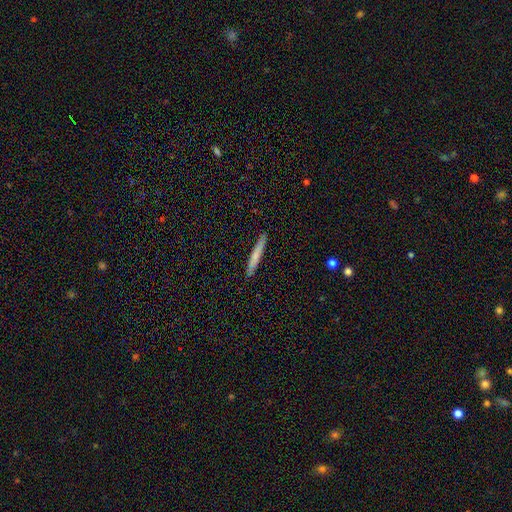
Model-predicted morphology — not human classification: Q: Smooth or featured?
A: smooth (70%); runner-up: featured or disk (24%)
Q: How rounded?
A: cigar-shaped (96%); runner-up: in between (3%)
Q: Merging?
A: none (90%); runner-up: minor disturbance (7%)